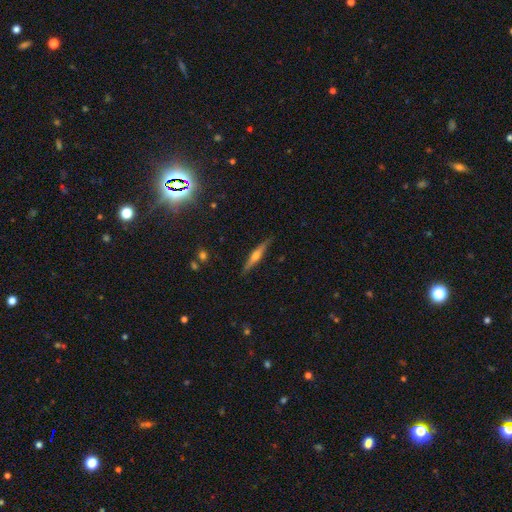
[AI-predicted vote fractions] Smooth or featured? featured or disk (65%)
Edge-on disk? yes (97%)
Edge-on bulge? rounded (87%)
Merging? none (87%)